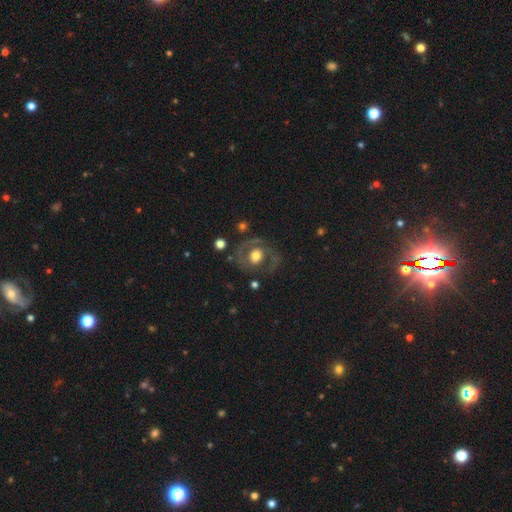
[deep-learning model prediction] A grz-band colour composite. It shows a featured or disk galaxy (61%) with no bar (75%), spiral arms (50%, tied with no) and a moderate central bulge (52%). Merging: none (67%).